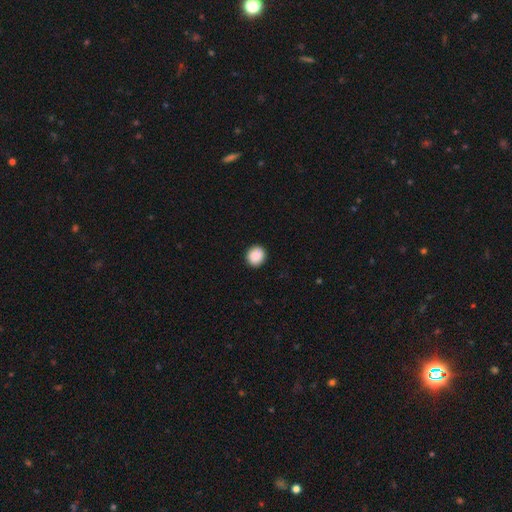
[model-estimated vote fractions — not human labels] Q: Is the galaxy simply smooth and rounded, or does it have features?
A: smooth — 89%.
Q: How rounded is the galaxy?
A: round — 87%.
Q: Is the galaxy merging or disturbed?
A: none — 91%.